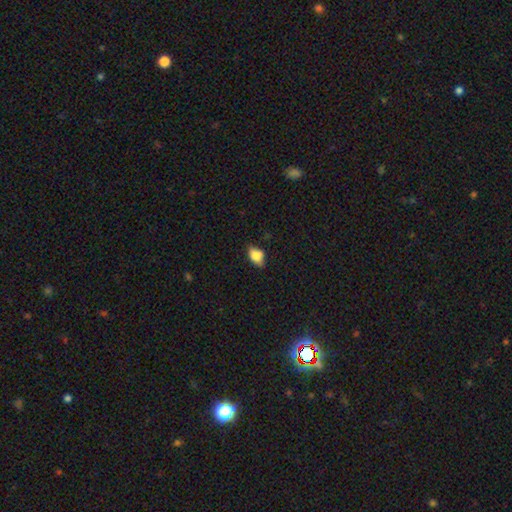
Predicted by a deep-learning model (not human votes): A smooth galaxy with no disk features (75%) that is in between round and cigar-shaped (82%).

Vote fractions:
- Smooth or featured? smooth: 75% / featured or disk: 16% / star or artifact: 9%
- How rounded? in between: 82% / round: 14% / cigar-shaped: 4%
- Merging? none: 70% / minor disturbance: 24% / major disturbance: 5% / merger: 2%